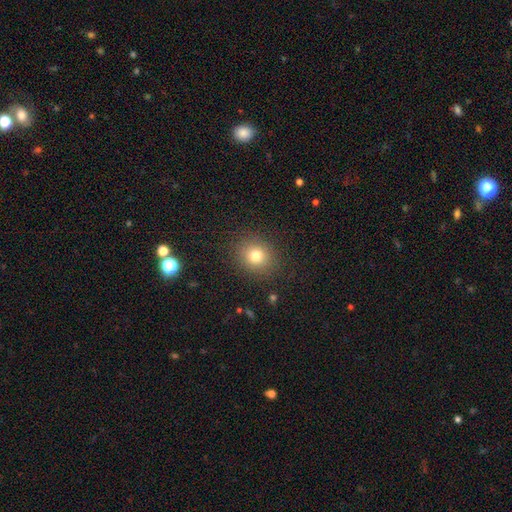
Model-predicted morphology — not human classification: smooth 77%, star or artifact 14%, featured or disk 9%. Down the decision tree: how rounded — round (77%); merging — none (88%).